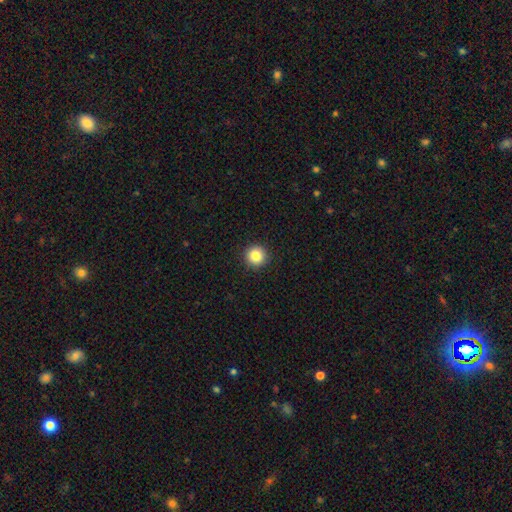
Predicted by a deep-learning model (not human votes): A smooth galaxy with no disk features (85%) that is round (95%). Merging: none (93%).